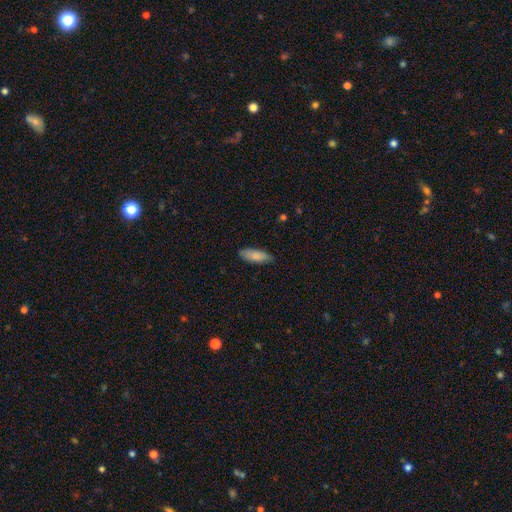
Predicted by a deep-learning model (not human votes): A smooth galaxy with no disk features (84%) that is in between round and cigar-shaped (66%).

Vote fractions:
- Smooth or featured? smooth: 84% / featured or disk: 10% / star or artifact: 6%
- How rounded? in between: 66% / cigar-shaped: 32% / round: 2%
- Merging? none: 83% / minor disturbance: 14% / major disturbance: 2% / merger: 1%